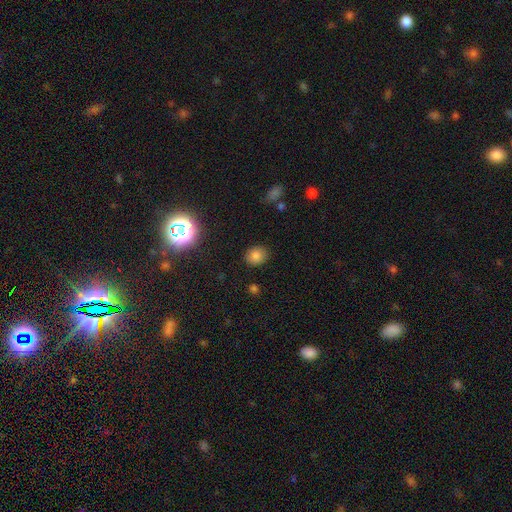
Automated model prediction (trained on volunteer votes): Q: Smooth or featured?
A: smooth (79%); runner-up: star or artifact (15%)
Q: How rounded?
A: round (67%); runner-up: in between (31%)
Q: Merging?
A: none (87%); runner-up: minor disturbance (9%)